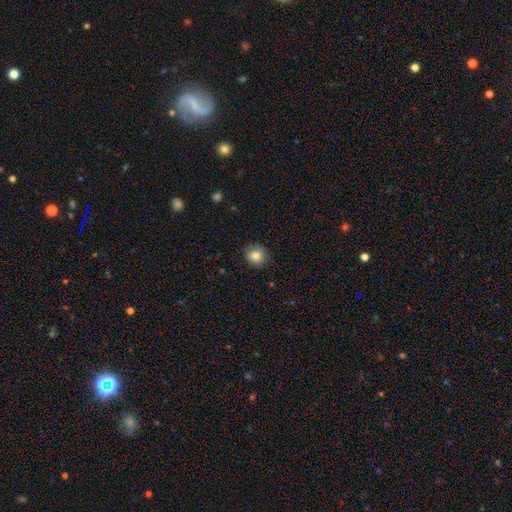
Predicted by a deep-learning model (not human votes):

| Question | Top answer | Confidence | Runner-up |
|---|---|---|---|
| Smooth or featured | smooth | 83% | star or artifact (9%) |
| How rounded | round | 85% | in between (14%) |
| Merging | none | 85% | minor disturbance (12%) |